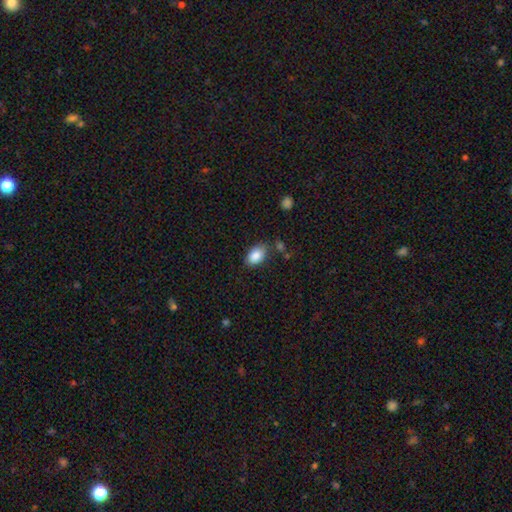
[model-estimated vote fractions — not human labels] Smooth or featured?
  - smooth: 87% *
  - star or artifact: 7%
  - featured or disk: 6%
How rounded?
  - in between: 91% *
  - round: 8%
  - cigar-shaped: 1%
Merging?
  - none: 75% *
  - minor disturbance: 17%
  - merger: 4%
  - major disturbance: 4%